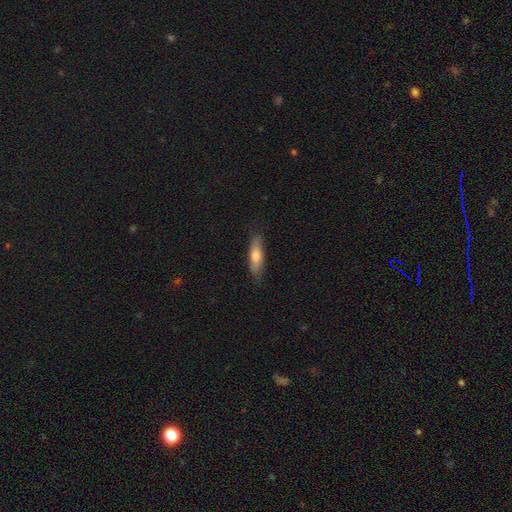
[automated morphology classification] smooth 63%, featured or disk 30%, star or artifact 7%. Down the decision tree: how rounded — cigar-shaped (67%); merging — none (82%).